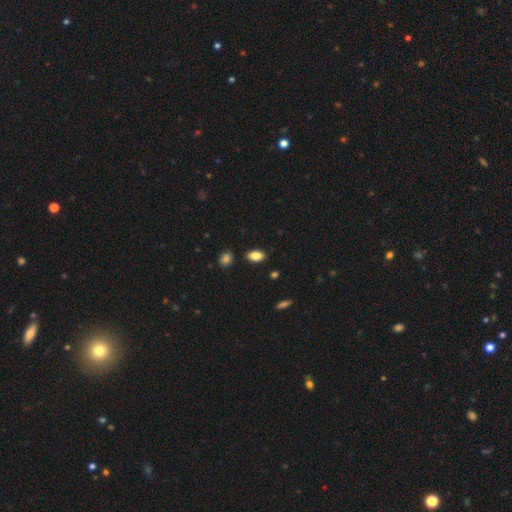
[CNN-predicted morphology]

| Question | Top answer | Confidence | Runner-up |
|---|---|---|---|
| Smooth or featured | smooth | 84% | star or artifact (8%) |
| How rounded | in between | 89% | round (7%) |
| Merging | none | 87% | minor disturbance (9%) |